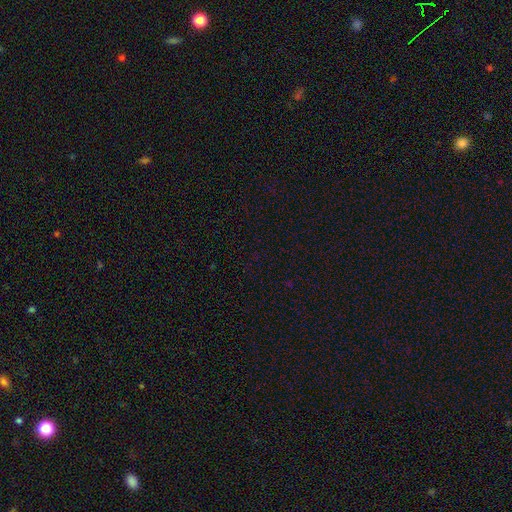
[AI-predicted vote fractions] Smooth or featured?
  - star or artifact: 70% *
  - smooth: 23%
  - featured or disk: 7%